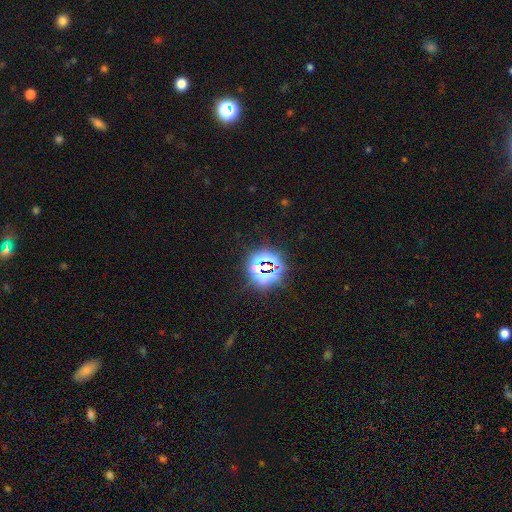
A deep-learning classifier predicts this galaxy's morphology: This appears to be a star or artifact, not a galaxy (77%).